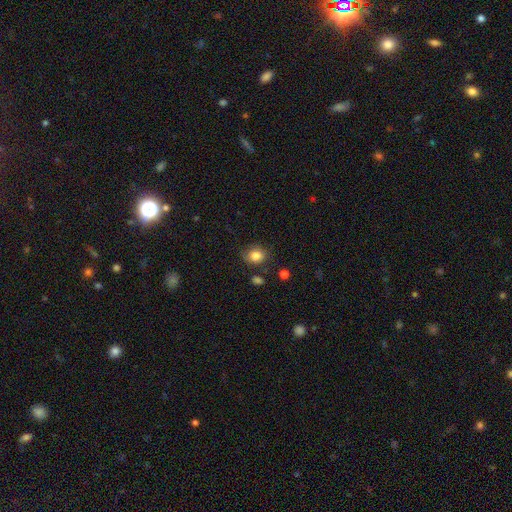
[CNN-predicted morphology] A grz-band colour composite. It shows a smooth galaxy with no disk features (83%) that is round (69%). Merging: none (77%).